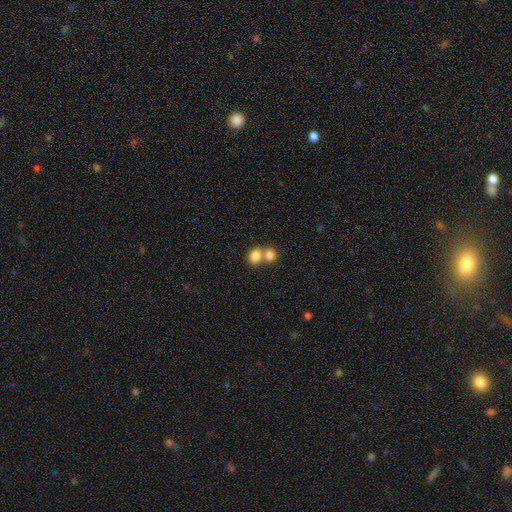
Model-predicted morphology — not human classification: A smooth galaxy with no disk features (82%) that is in between round and cigar-shaped (52%).

Vote fractions:
- Smooth or featured? smooth: 82% / star or artifact: 9% / featured or disk: 9%
- How rounded? in between: 52% / round: 47% / cigar-shaped: 1%
- Merging? merger: 57% / none: 33% / minor disturbance: 7% / major disturbance: 3%